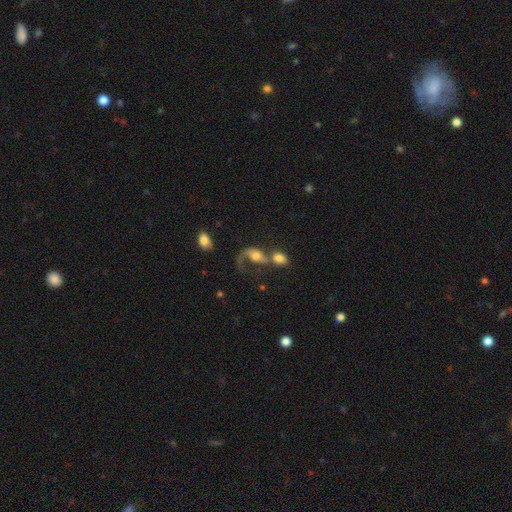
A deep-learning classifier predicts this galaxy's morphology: This appears to be a featured or disk galaxy (53%) with no bar (68%), spiral arms (77%) and a moderate central bulge (45%). Merging: merger (61%).